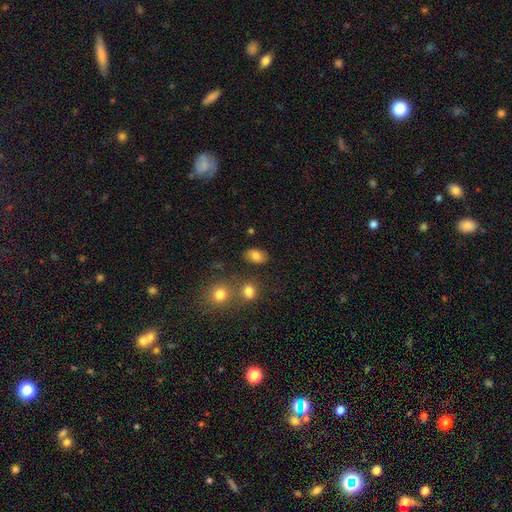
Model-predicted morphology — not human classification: Smooth or featured? smooth (81%)
How rounded? in between (86%)
Merging? none (80%)